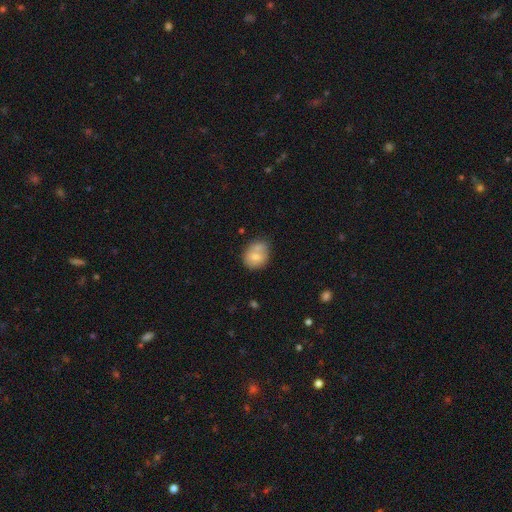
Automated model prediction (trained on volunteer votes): A smooth galaxy with no disk features (71%) that is round (64%).

Vote fractions:
- Smooth or featured? smooth: 71% / featured or disk: 21% / star or artifact: 8%
- How rounded? round: 64% / in between: 36% / cigar-shaped: 1%
- Merging? none: 46% / merger: 29% / minor disturbance: 19% / major disturbance: 5%